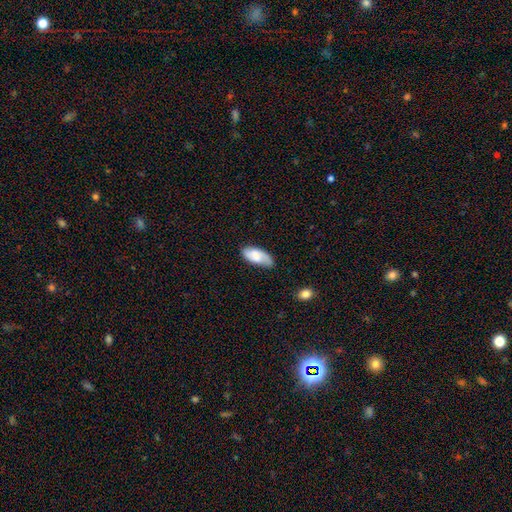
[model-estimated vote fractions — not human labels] Smooth or featured: smooth — 68% (featured or disk — 25%)
How rounded: in between — 90% (cigar-shaped — 7%)
Merging: none — 68% (minor disturbance — 25%)